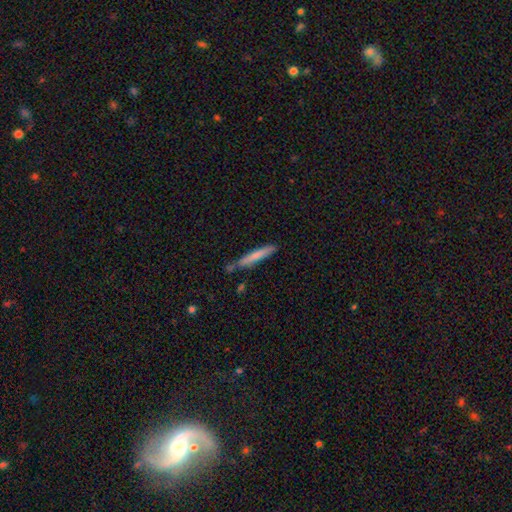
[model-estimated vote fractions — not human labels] A smooth galaxy with no disk features (70%) that is cigar-shaped (94%).

Vote fractions:
- Smooth or featured? smooth: 70% / featured or disk: 24% / star or artifact: 6%
- How rounded? cigar-shaped: 94% / in between: 5% / round: 1%
- Merging? none: 70% / minor disturbance: 19% / merger: 7% / major disturbance: 4%